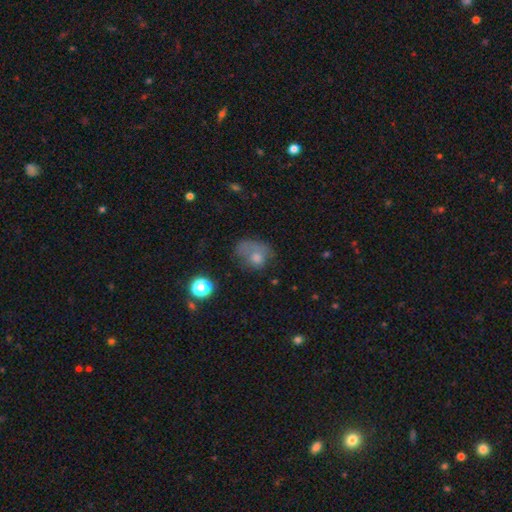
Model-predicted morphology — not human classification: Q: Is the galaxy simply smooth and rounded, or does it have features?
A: smooth — 63%.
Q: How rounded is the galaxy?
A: in between — 57%.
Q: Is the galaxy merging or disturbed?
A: major disturbance — 41%.